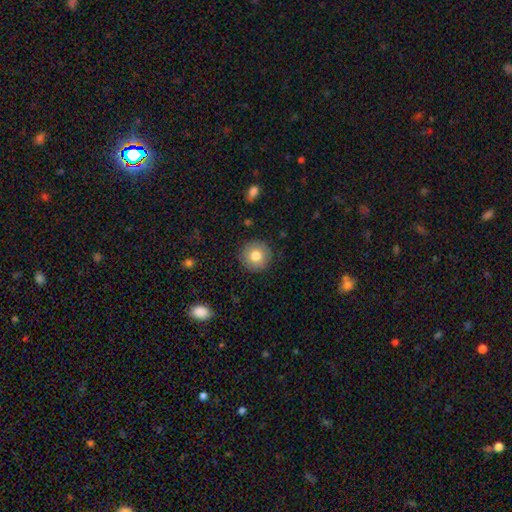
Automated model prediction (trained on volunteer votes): This appears to be a smooth galaxy with no disk features (79%) that is round (95%). Merging: none (90%).